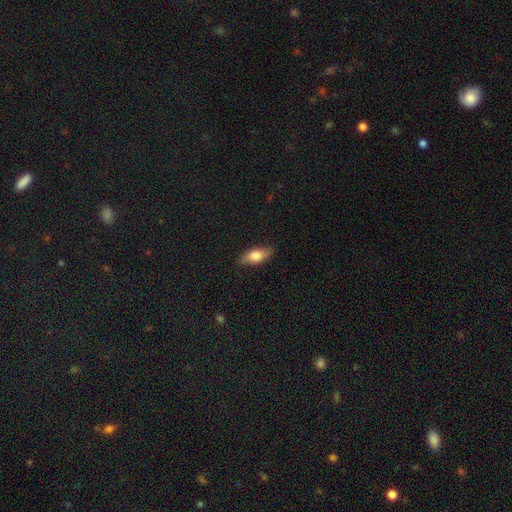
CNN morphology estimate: The model was most divided on "smooth or featured": smooth: 73%, featured or disk: 21%, star or artifact: 6%. More confident: merging — none (85%); how rounded — in between (78%).